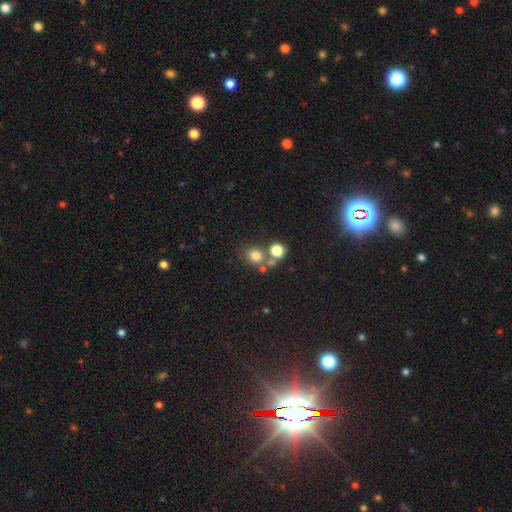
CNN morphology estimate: Overall: smooth (76%). How rounded: round (77%). Merging: none (59%; merger 27%).